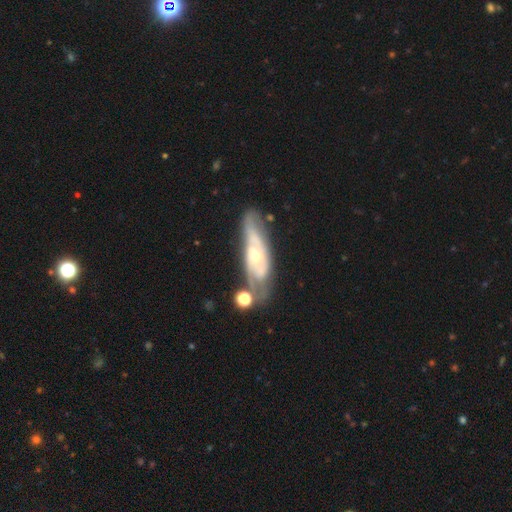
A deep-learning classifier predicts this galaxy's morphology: The model was most divided on "bulge size": small: 55%, moderate: 39%, large: 3%, none: 2%, dominant: 1%. More confident: edge-on disk — no (79%); spiral arms — yes (75%); smooth or featured — featured or disk (74%); bar — no (71%); merging — none (53%).